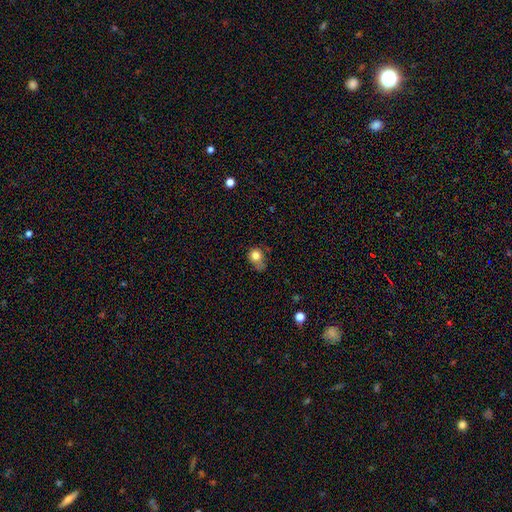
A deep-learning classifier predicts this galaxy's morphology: smooth_or_featured: smooth (p=0.79) [alt: star or artifact p=0.11]
how_rounded: round (p=0.66) [alt: in between p=0.33]
merging: minor disturbance (p=0.38) [alt: none p=0.36]